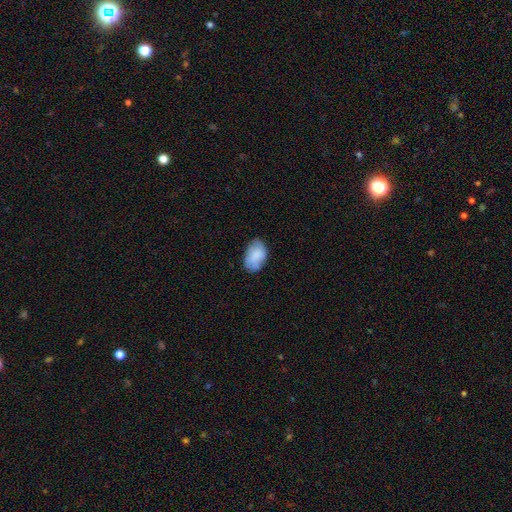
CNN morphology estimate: A smooth galaxy with no disk features (76%) that is in between round and cigar-shaped (89%).

Vote fractions:
- Smooth or featured? smooth: 76% / featured or disk: 17% / star or artifact: 7%
- How rounded? in between: 89% / round: 9% / cigar-shaped: 1%
- Merging? none: 73% / minor disturbance: 22% / major disturbance: 4% / merger: 1%